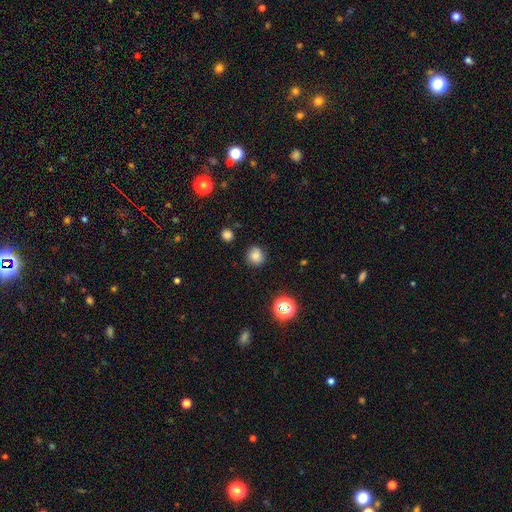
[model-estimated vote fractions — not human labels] Smooth or featured? smooth (79%)
How rounded? round (90%)
Merging? none (86%)